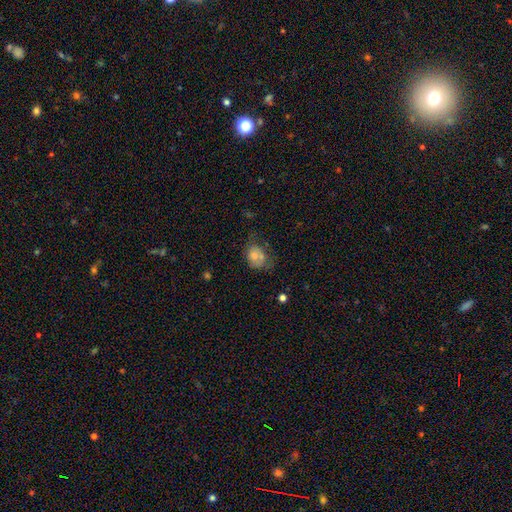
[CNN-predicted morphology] This appears to be a smooth galaxy with no disk features (66%) that is in between round and cigar-shaped (59%). Merging: none (34%).